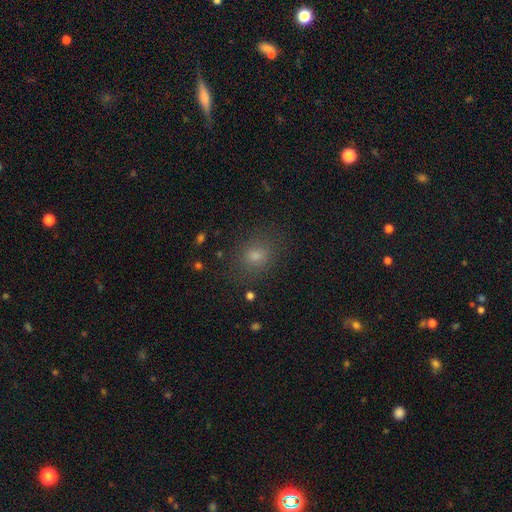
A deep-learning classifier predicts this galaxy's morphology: Smooth or featured? Predicted: smooth (p=0.75). How rounded? Predicted: round (p=0.62). Merging? Predicted: none (p=0.80).